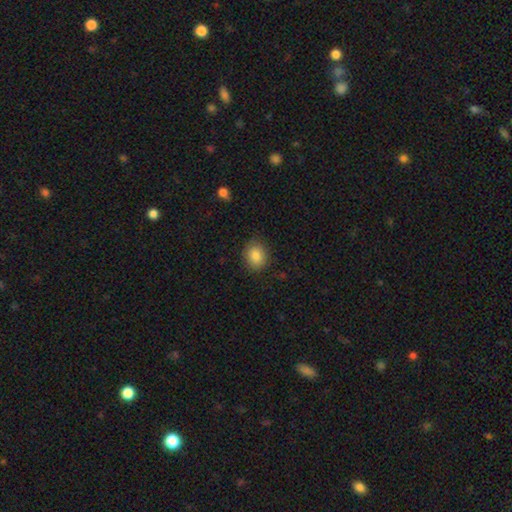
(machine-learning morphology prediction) smooth 84%, star or artifact 9%, featured or disk 7%. Down the decision tree: how rounded — round (63%); merging — none (87%).